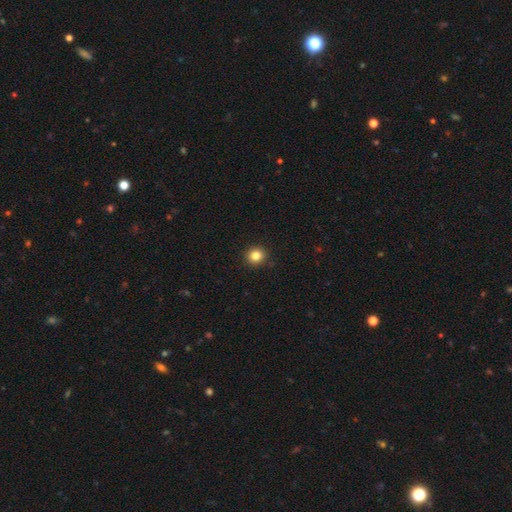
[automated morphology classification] Smooth or featured?
  - smooth: 83% *
  - star or artifact: 12%
  - featured or disk: 6%
How rounded?
  - round: 90% *
  - in between: 9%
  - cigar-shaped: 1%
Merging?
  - none: 92% *
  - minor disturbance: 5%
  - major disturbance: 2%
  - merger: 1%